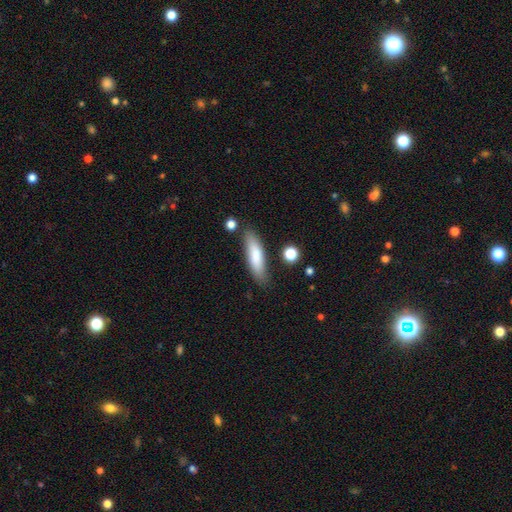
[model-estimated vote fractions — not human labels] Overall: smooth (80%). How rounded: cigar-shaped (63%; in between 35%). Merging: none (80%).